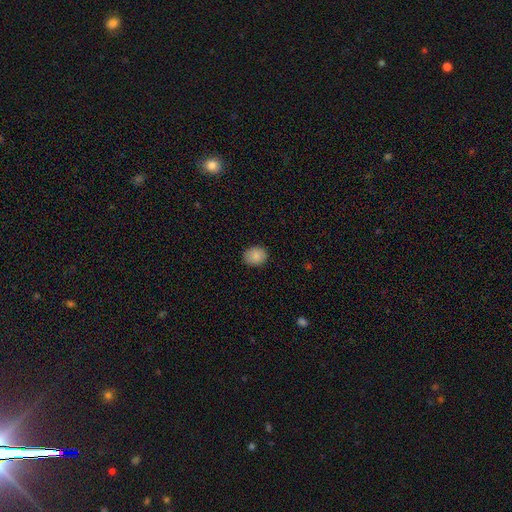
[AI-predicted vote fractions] The model was most divided on "how rounded": round: 64%, in between: 35%, cigar-shaped: 1%. More confident: merging — none (88%); smooth or featured — smooth (87%).